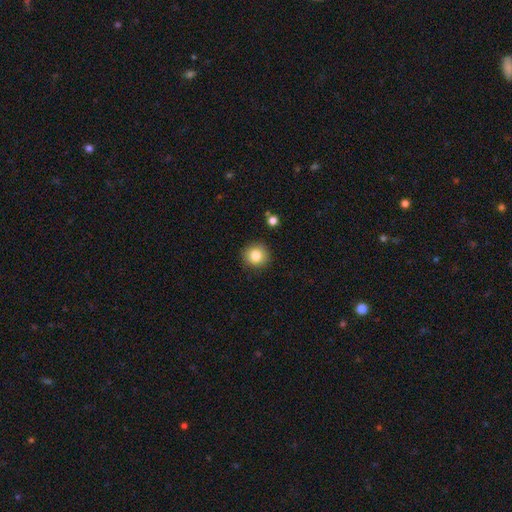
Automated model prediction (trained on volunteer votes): A smooth galaxy with no disk features (84%) that is round (91%).

Vote fractions:
- Smooth or featured? smooth: 84% / star or artifact: 10% / featured or disk: 6%
- How rounded? round: 91% / in between: 8% / cigar-shaped: 1%
- Merging? none: 89% / minor disturbance: 7% / major disturbance: 2% / merger: 2%